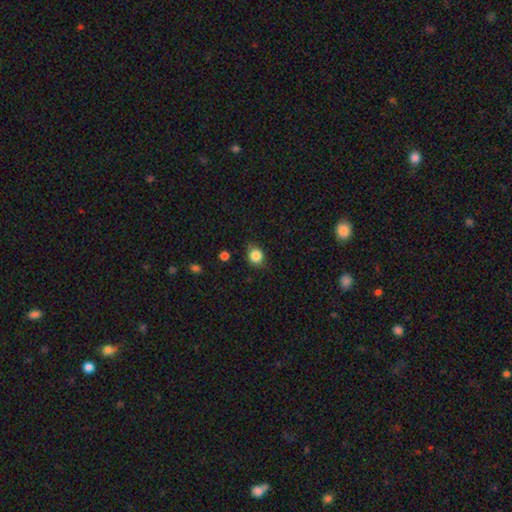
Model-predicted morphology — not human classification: type=smooth (85%); roundness=round (74%); merging=none (78%).